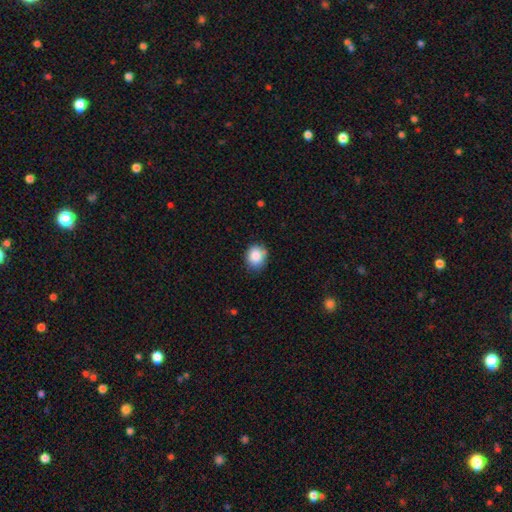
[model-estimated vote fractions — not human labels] Q: Smooth or featured?
A: smooth (85%); runner-up: star or artifact (9%)
Q: How rounded?
A: round (64%); runner-up: in between (36%)
Q: Merging?
A: none (73%); runner-up: minor disturbance (20%)